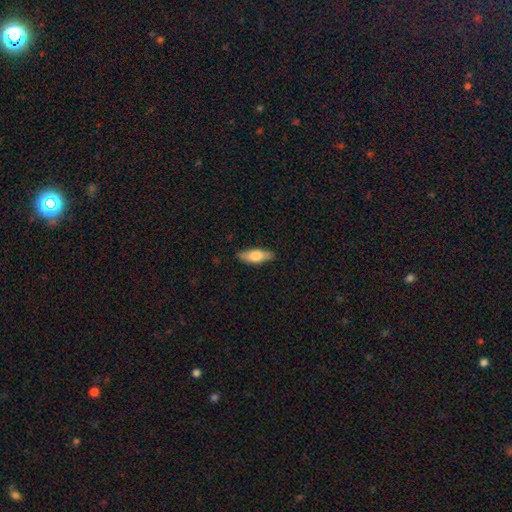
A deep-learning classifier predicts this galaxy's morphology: smooth_or_featured: smooth (p=0.69) [alt: featured or disk p=0.25]
how_rounded: in between (p=0.65) [alt: cigar-shaped p=0.32]
merging: none (p=0.85) [alt: minor disturbance p=0.11]